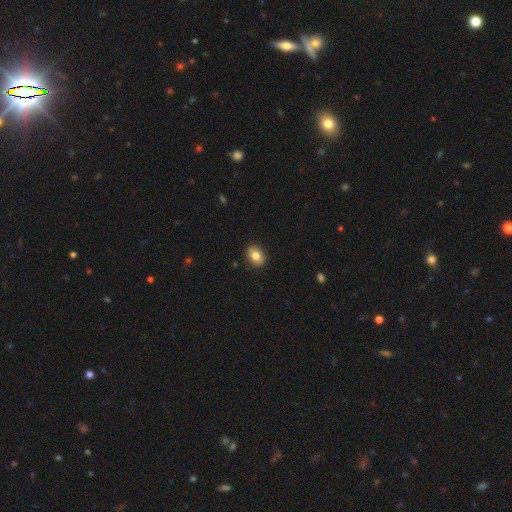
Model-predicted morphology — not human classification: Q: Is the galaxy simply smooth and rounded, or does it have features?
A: smooth — 83%.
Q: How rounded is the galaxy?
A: in between — 78%.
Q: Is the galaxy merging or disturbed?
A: none — 89%.